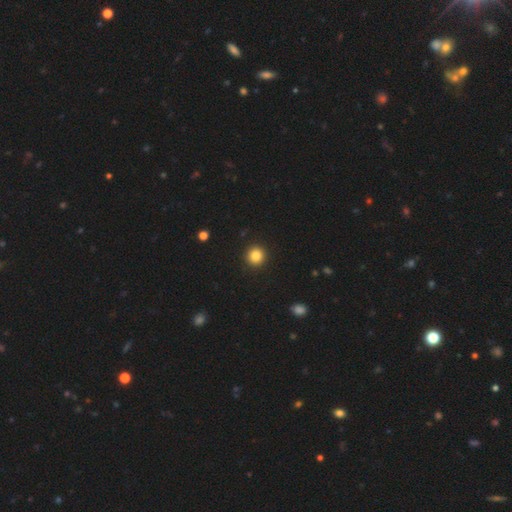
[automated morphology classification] type=smooth (84%); roundness=round (94%); merging=none (93%).